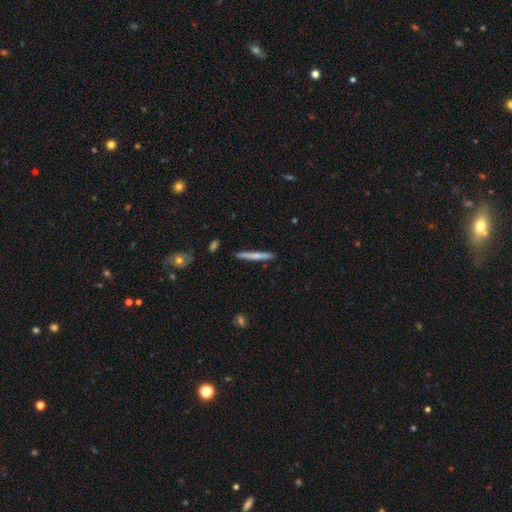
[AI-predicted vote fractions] Smooth or featured?
  - smooth: 62% *
  - featured or disk: 32%
  - star or artifact: 6%
How rounded?
  - cigar-shaped: 96% *
  - in between: 3%
  - round: 1%
Merging?
  - none: 89% *
  - minor disturbance: 8%
  - merger: 2%
  - major disturbance: 1%